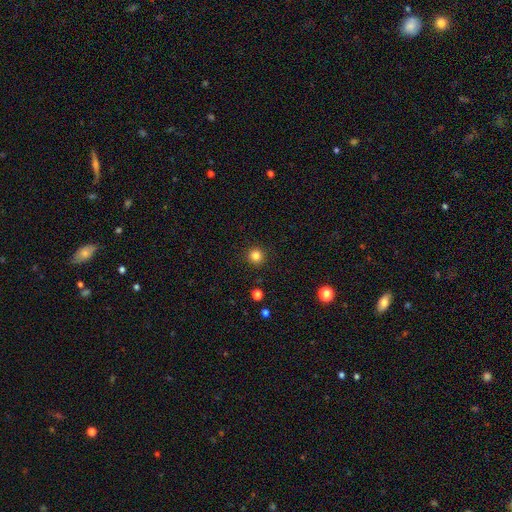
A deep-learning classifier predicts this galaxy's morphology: Smooth or featured?
  - smooth: 83% *
  - star or artifact: 13%
  - featured or disk: 5%
How rounded?
  - round: 95% *
  - in between: 4%
  - cigar-shaped: 1%
Merging?
  - none: 92% *
  - minor disturbance: 5%
  - major disturbance: 2%
  - merger: 1%